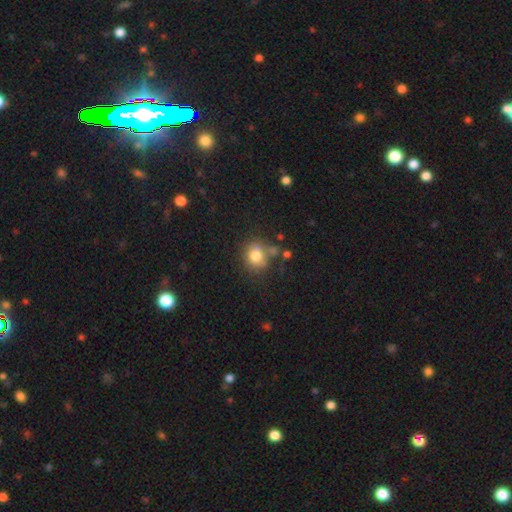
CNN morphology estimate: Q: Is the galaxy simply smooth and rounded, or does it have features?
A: smooth — 78%.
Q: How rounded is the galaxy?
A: round — 73%.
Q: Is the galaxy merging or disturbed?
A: none — 61%.